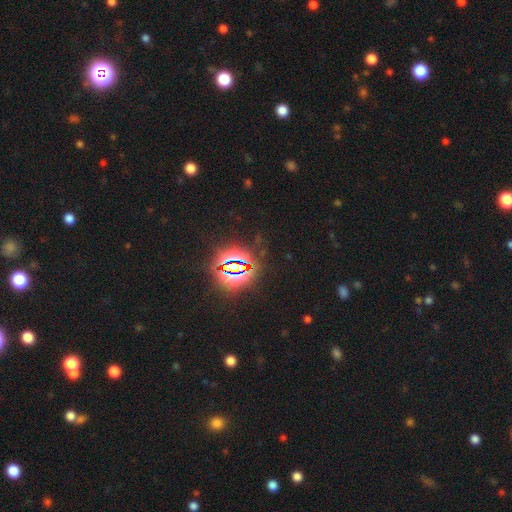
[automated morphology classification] Smooth or featured: star or artifact — 84% (smooth — 10%)